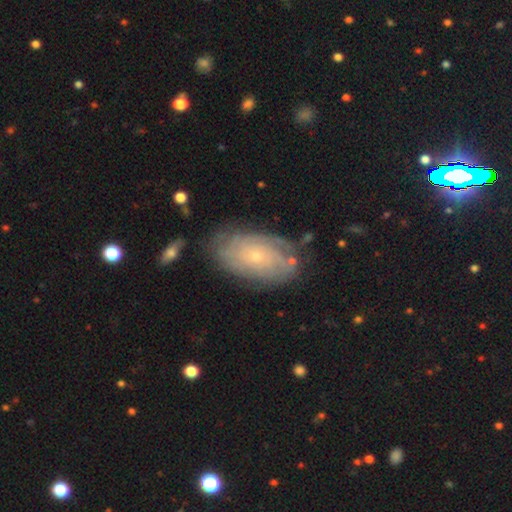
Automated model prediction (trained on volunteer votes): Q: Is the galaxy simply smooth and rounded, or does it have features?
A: featured or disk — 67%.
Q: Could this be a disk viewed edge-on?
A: no — 94%.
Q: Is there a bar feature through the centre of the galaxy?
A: no — 81%.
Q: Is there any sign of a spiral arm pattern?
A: yes — 83%.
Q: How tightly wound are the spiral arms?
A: tight — 75%.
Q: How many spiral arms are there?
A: can't tell — 61%.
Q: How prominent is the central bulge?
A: small — 78%.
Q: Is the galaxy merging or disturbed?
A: none — 72%.